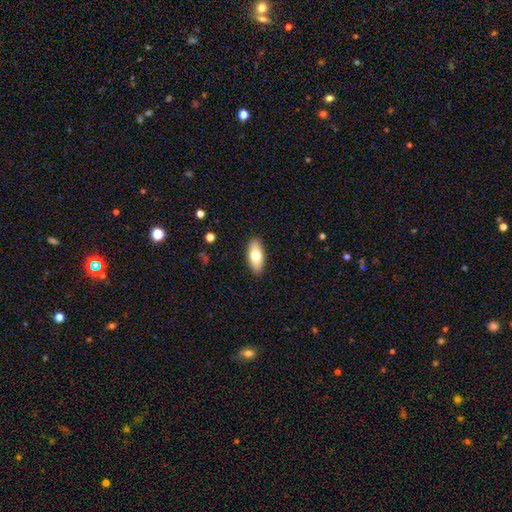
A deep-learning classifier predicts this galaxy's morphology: Smooth or featured? Predicted: smooth (p=0.73). How rounded? Predicted: in between (p=0.85). Merging? Predicted: none (p=0.89).